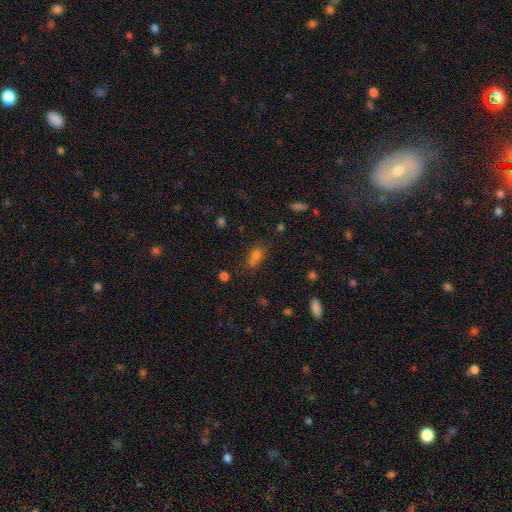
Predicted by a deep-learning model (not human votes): Q: Smooth or featured?
A: smooth (72%); runner-up: star or artifact (19%)
Q: How rounded?
A: in between (69%); runner-up: round (26%)
Q: Merging?
A: none (58%); runner-up: minor disturbance (20%)